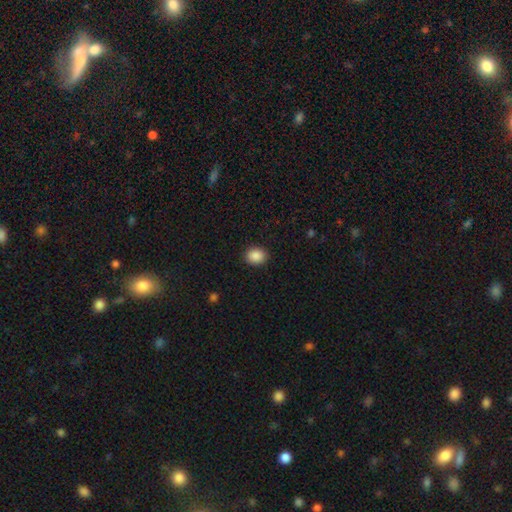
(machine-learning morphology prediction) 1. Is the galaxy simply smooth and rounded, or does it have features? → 89% smooth, 9% star or artifact, 3% featured or disk.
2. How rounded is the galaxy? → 58% round, 41% in between, 1% cigar-shaped.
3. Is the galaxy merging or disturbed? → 90% none, 7% minor disturbance, 2% major disturbance, 1% merger.